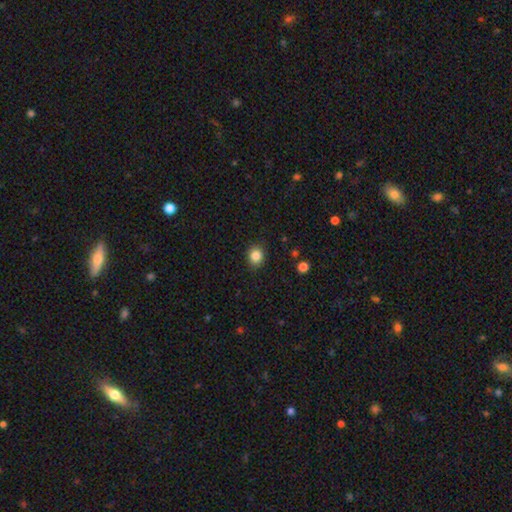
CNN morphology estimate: Smooth or featured?
  - smooth: 85% *
  - star or artifact: 10%
  - featured or disk: 5%
How rounded?
  - round: 73% *
  - in between: 26%
  - cigar-shaped: 1%
Merging?
  - none: 90% *
  - minor disturbance: 7%
  - major disturbance: 2%
  - merger: 1%